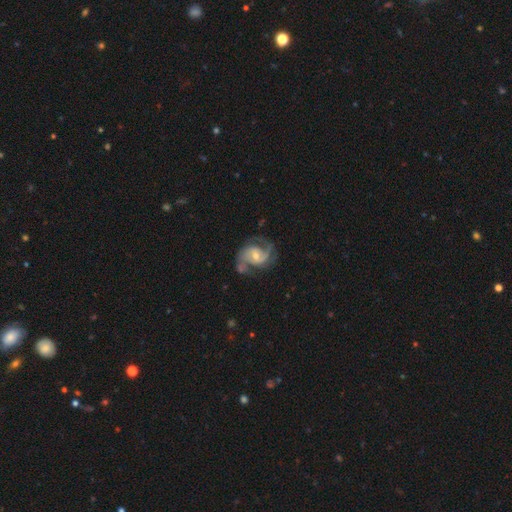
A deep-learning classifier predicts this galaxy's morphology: This appears to be a featured or disk galaxy (87%) with a weak bar (46%), 2 (82%) medium (54%) spiral arms (96%) and a moderate central bulge (49%). Merging: none (61%).